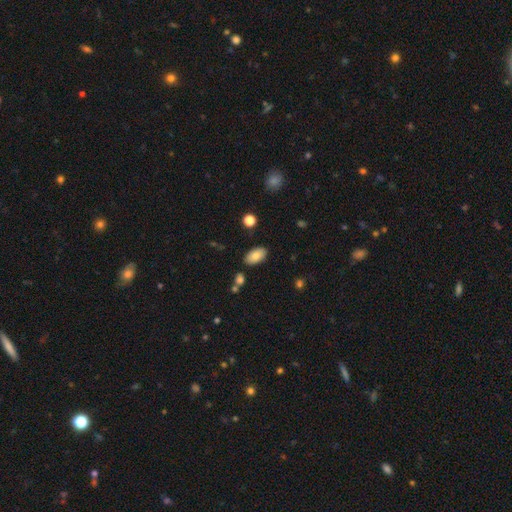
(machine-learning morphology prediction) A smooth galaxy with no disk features (80%) that is in between round and cigar-shaped (94%). Merging: none (84%).